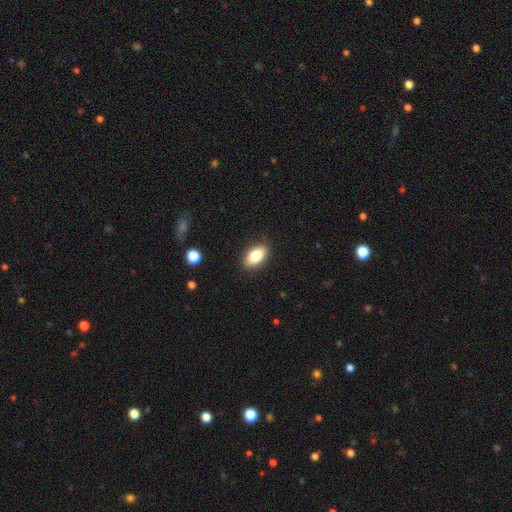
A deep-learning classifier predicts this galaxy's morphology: Q: Smooth or featured?
A: smooth (83%); runner-up: featured or disk (9%)
Q: How rounded?
A: in between (91%); runner-up: round (6%)
Q: Merging?
A: none (86%); runner-up: minor disturbance (11%)